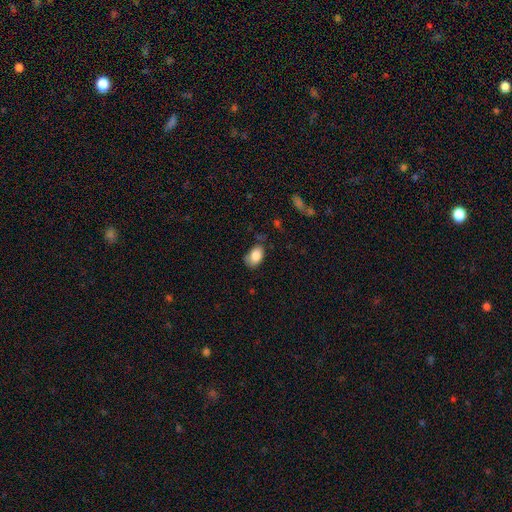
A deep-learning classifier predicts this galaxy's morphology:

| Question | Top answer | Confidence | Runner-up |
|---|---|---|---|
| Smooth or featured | smooth | 84% | featured or disk (9%) |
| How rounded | in between | 89% | round (10%) |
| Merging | none | 59% | minor disturbance (30%) |